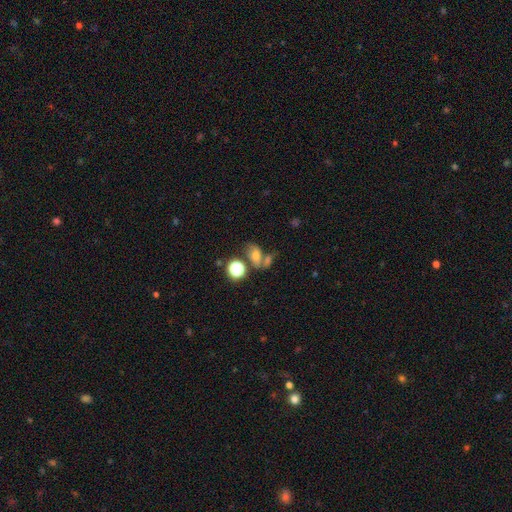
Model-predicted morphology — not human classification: Smooth or featured? smooth (60%)
How rounded? in between (73%)
Merging? none (38%)